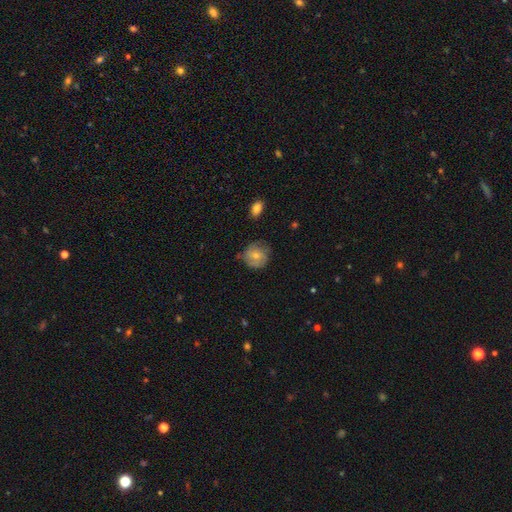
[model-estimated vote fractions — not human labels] This appears to be a smooth galaxy with no disk features (50%) that is round (83%). Merging: none (65%).